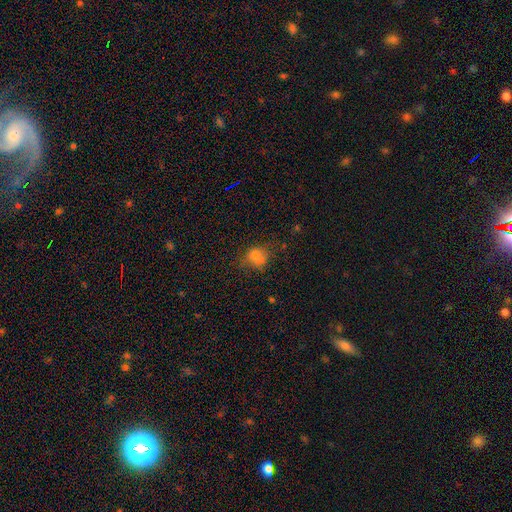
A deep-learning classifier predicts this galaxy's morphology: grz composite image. It shows a smooth galaxy with no disk features (72%) that is round (71%). Merging: none (51%).